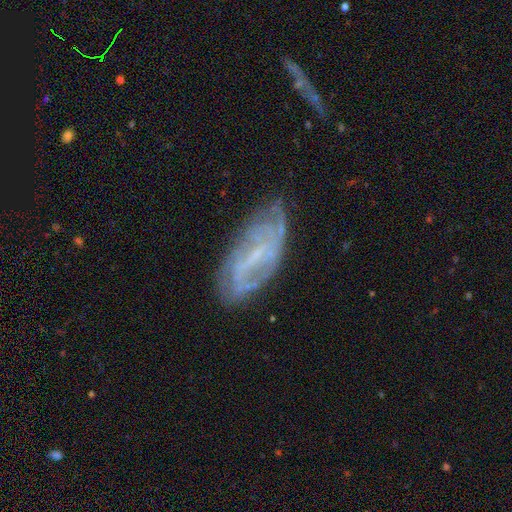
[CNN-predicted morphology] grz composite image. It shows a featured or disk galaxy (73%) with a weak bar (45%), tight (39%) spiral arms (78%) and a small central bulge (60%). Merging: none (63%).